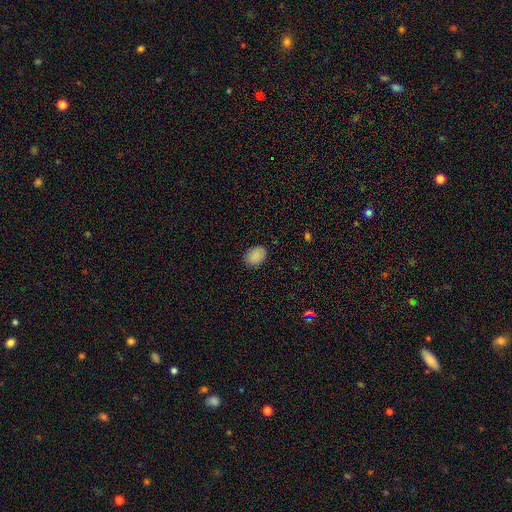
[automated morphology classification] This is clearly a smooth galaxy (88%). How rounded: likely in between (75%). Merging: clearly none (86%).